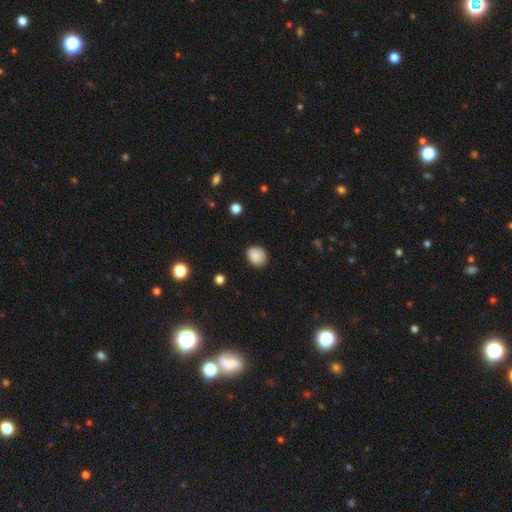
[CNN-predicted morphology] This appears to be a smooth galaxy with no disk features (87%) that is round (64%). Merging: none (85%).